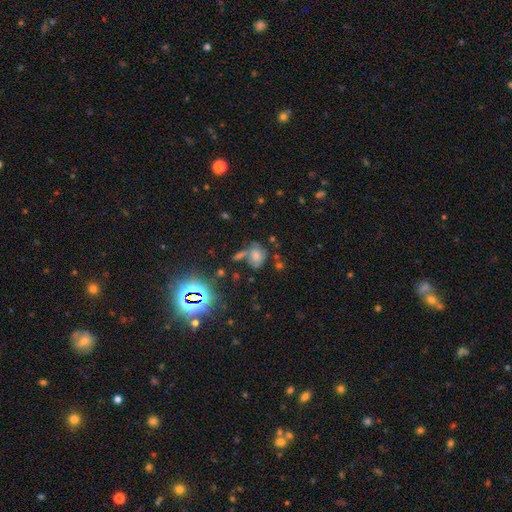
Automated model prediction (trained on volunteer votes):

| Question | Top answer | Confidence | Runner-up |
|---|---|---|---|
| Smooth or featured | smooth | 54% | star or artifact (24%) |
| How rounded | in between | 61% | round (38%) |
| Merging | none | 45% | merger (25%) |